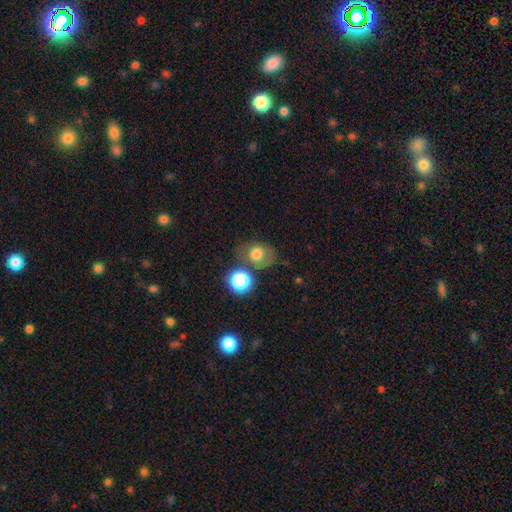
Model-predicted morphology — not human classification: smooth-or-featured: smooth: 70% | featured or disk: 16% | star or artifact: 14%
  how-rounded: round: 54% | in between: 45% | cigar-shaped: 1%
  merging: none: 58% | minor disturbance: 18% | merger: 15% | major disturbance: 9%